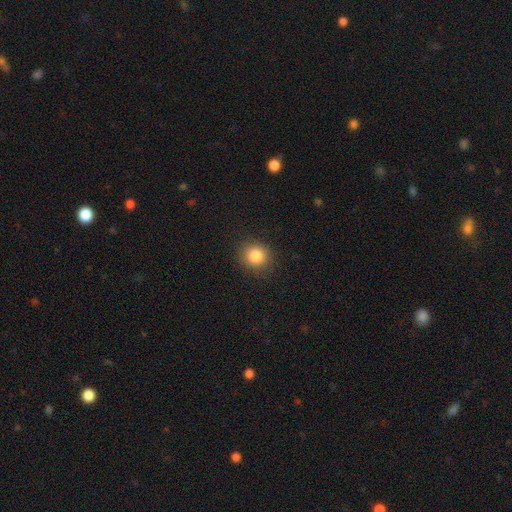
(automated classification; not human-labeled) This appears to be a smooth galaxy with no disk features (84%) that is round (87%). Merging: none (89%).